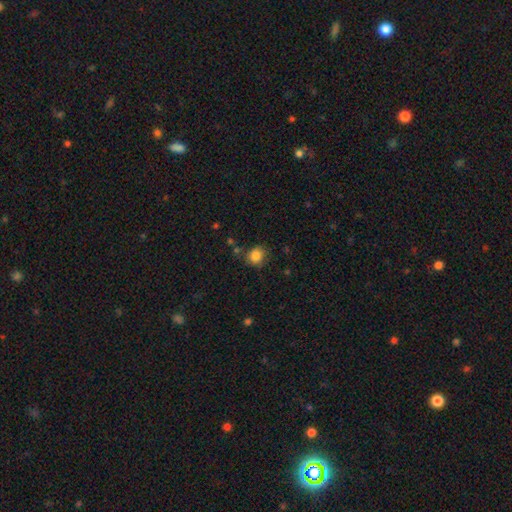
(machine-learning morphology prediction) Smooth or featured: smooth — 84% (star or artifact — 10%)
How rounded: round — 78% (in between — 21%)
Merging: none — 76% (minor disturbance — 16%)